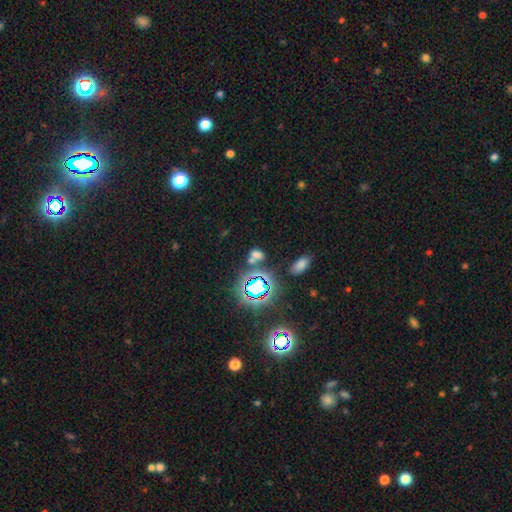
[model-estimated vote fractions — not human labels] A smooth galaxy with no disk features (47%).

Vote fractions:
- Smooth or featured? smooth: 47% / star or artifact: 43% / featured or disk: 10%
- Merging? none: 50% / merger: 31% / minor disturbance: 12% / major disturbance: 7%